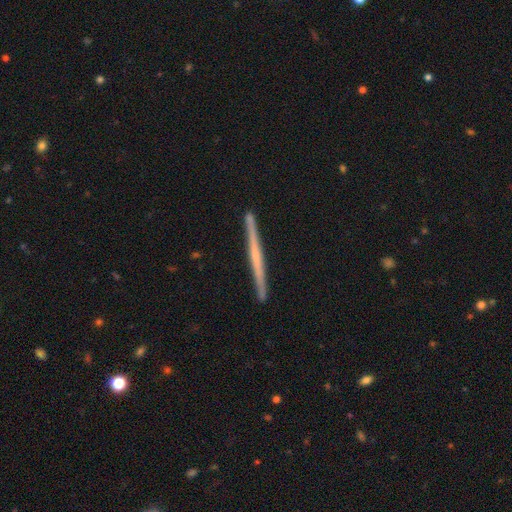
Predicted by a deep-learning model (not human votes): featured or disk 61%, smooth 33%, star or artifact 5%. Down the decision tree: edge-on disk — yes (98%); edge-on bulge — none (75%); merging — none (91%).